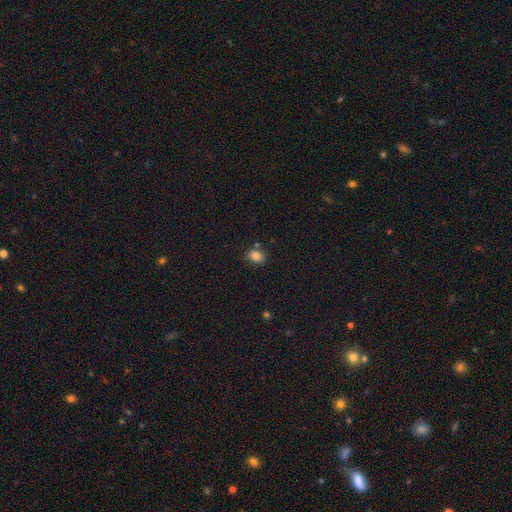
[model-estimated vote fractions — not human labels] Morphology: type=smooth (85%); roundness=round (51%); merging=none (77%).